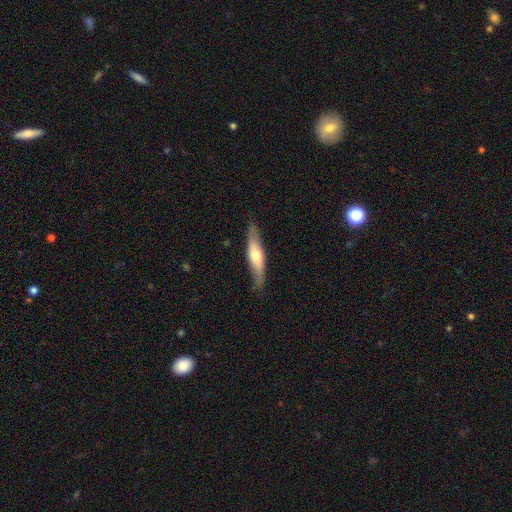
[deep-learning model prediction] Morphology: type=smooth (49%); merging=none (84%).